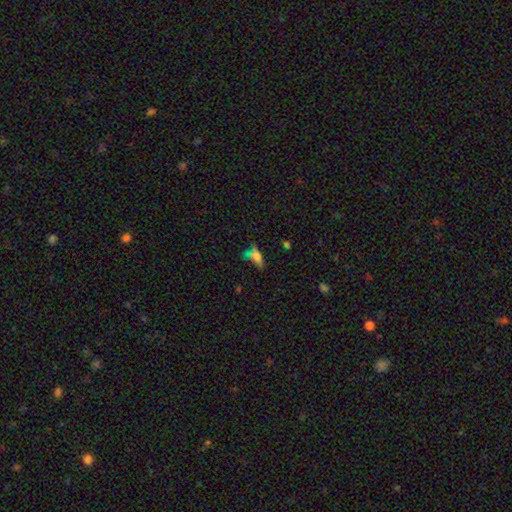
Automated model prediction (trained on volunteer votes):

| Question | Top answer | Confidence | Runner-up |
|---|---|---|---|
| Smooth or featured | smooth | 60% | star or artifact (21%) |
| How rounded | in between | 60% | cigar-shaped (33%) |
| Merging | none | 44% | merger (21%) |